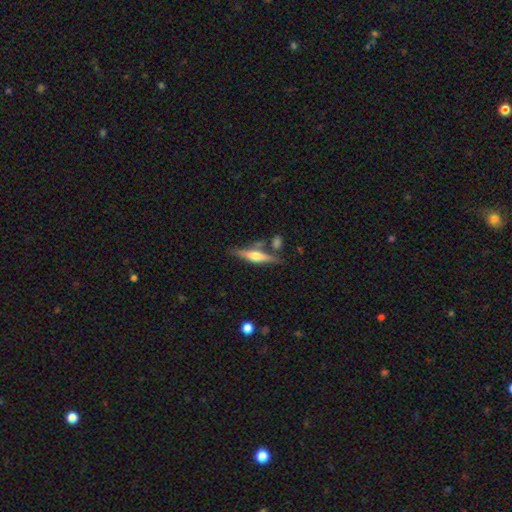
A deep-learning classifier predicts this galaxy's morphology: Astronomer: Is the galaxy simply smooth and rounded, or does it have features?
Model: featured or disk — 64%.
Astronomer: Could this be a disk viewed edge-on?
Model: yes — 96%.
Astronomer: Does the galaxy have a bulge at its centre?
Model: rounded — 86%.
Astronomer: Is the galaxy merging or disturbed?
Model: none — 72%.